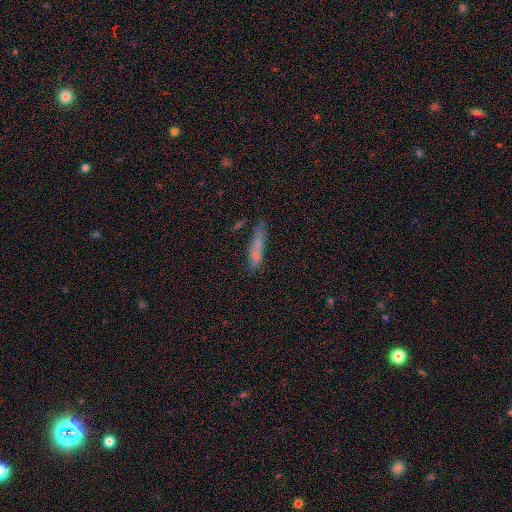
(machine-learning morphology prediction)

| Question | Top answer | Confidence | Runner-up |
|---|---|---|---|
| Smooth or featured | smooth | 65% | featured or disk (22%) |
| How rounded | cigar-shaped | 81% | in between (16%) |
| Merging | none | 66% | minor disturbance (19%) |